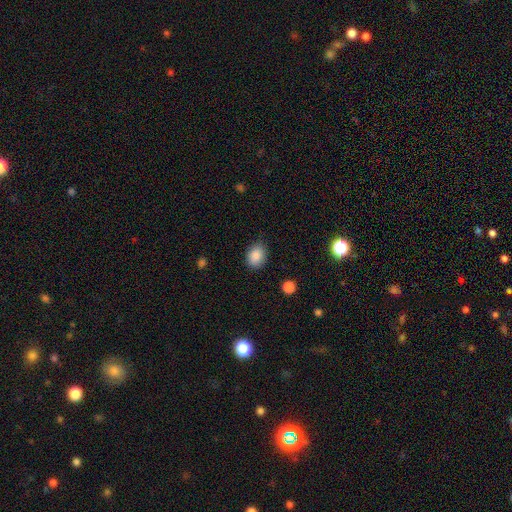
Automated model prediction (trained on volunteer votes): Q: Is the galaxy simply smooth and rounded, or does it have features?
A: smooth — 88%.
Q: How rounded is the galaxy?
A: in between — 65%.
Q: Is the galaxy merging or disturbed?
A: none — 80%.